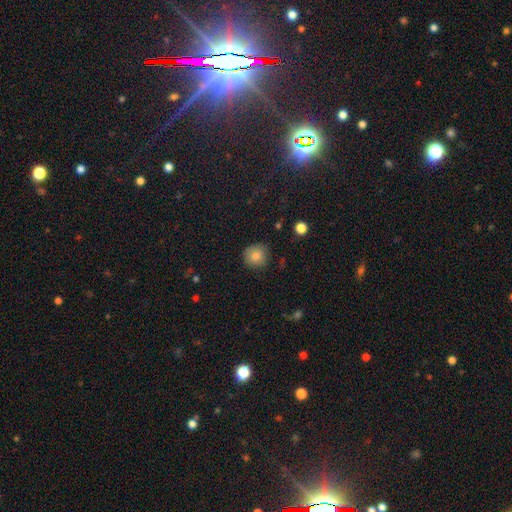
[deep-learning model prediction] Smooth or featured? smooth (83%)
How rounded? round (89%)
Merging? none (83%)